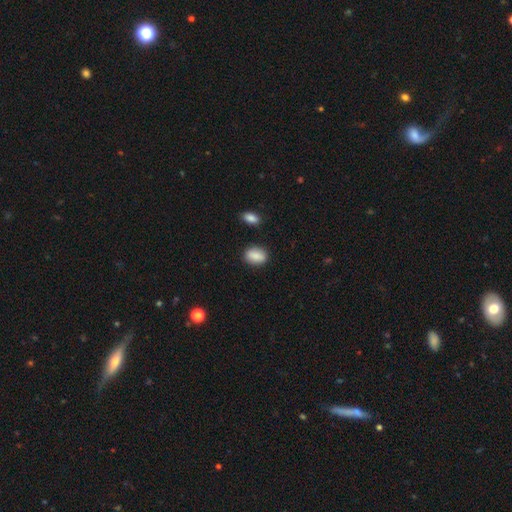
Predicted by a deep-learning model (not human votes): A smooth galaxy with no disk features (87%) that is in between round and cigar-shaped (80%). Merging: none (84%).